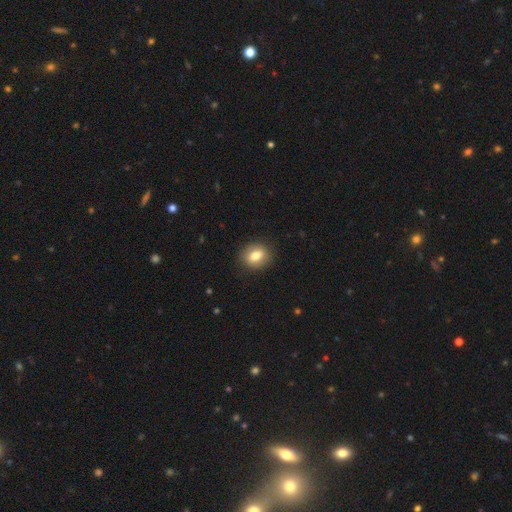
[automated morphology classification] Smooth or featured?
  - smooth: 78% *
  - featured or disk: 13%
  - star or artifact: 8%
How rounded?
  - round: 52% *
  - in between: 47%
  - cigar-shaped: 1%
Merging?
  - none: 88% *
  - minor disturbance: 9%
  - major disturbance: 2%
  - merger: 1%